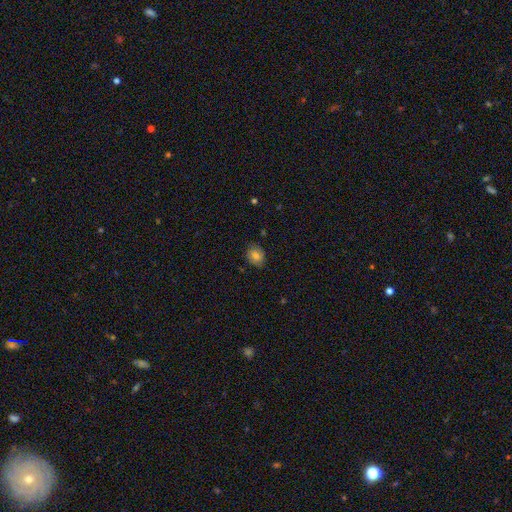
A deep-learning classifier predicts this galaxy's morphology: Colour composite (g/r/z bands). It shows a smooth galaxy with no disk features (78%) that is round (65%). Merging: none (83%).